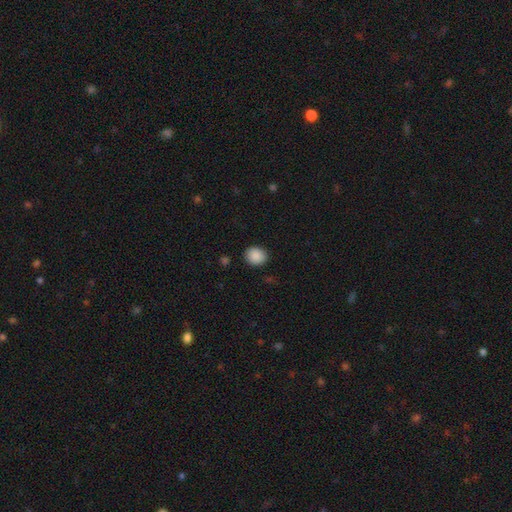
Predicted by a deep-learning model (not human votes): A smooth galaxy with no disk features (89%) that is round (70%).

Vote fractions:
- Smooth or featured? smooth: 89% / star or artifact: 8% / featured or disk: 3%
- How rounded? round: 70% / in between: 29% / cigar-shaped: 1%
- Merging? none: 87% / minor disturbance: 9% / major disturbance: 2% / merger: 1%